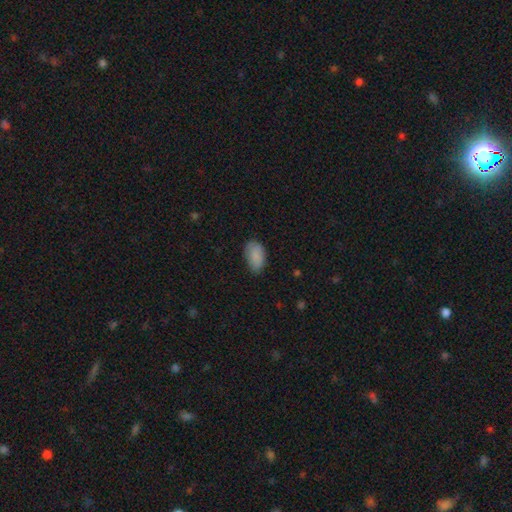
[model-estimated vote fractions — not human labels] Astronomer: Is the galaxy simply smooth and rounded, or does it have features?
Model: smooth — 86%.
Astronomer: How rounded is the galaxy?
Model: in between — 93%.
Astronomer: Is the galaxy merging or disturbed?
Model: none — 70%.